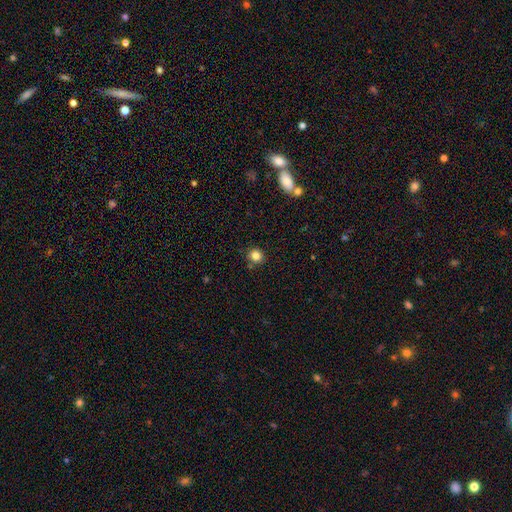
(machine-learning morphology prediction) Smooth or featured? smooth (83%)
How rounded? round (88%)
Merging? none (83%)